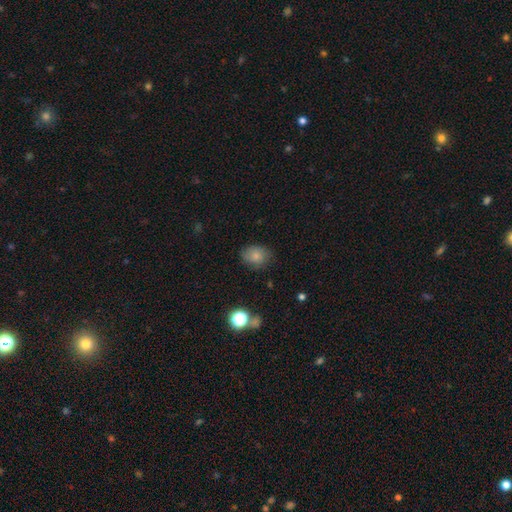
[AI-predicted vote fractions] Overall: smooth (80%). How rounded: in between (51%; round 48%). Merging: none (77%).